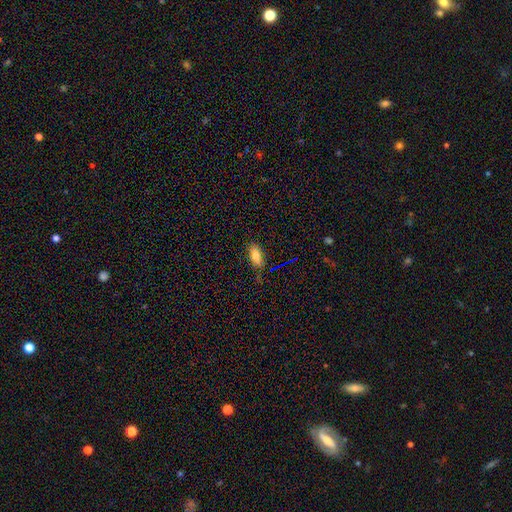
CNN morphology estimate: A smooth galaxy with no disk features (77%) that is in between round and cigar-shaped (87%). Merging: none (72%).